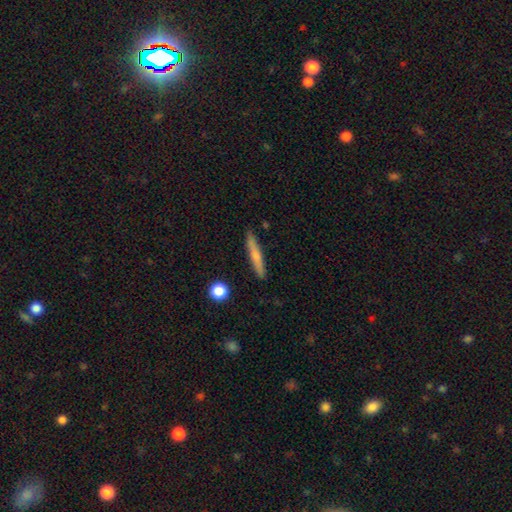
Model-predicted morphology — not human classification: Smooth or featured? Predicted: smooth (p=0.62). How rounded? Predicted: cigar-shaped (p=0.93). Merging? Predicted: none (p=0.89).